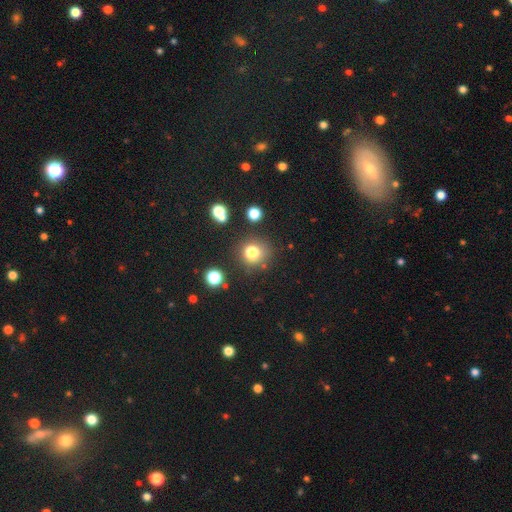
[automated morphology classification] Q: Smooth or featured?
A: smooth (61%); runner-up: star or artifact (32%)
Q: How rounded?
A: round (92%); runner-up: in between (7%)
Q: Merging?
A: none (86%); runner-up: minor disturbance (7%)